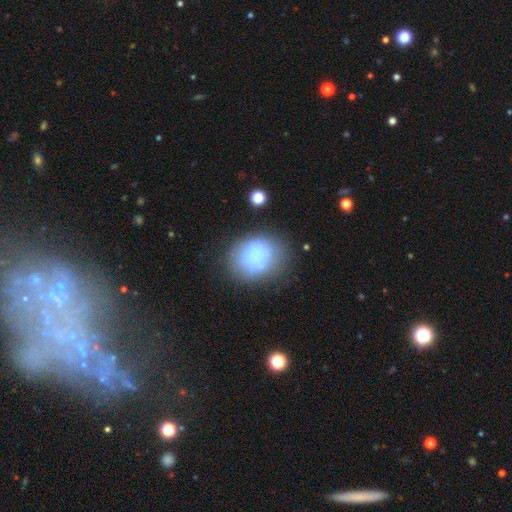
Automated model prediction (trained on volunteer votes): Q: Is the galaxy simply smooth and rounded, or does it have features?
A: smooth — 73%.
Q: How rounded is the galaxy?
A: round — 56%.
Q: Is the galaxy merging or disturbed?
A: none — 58%.